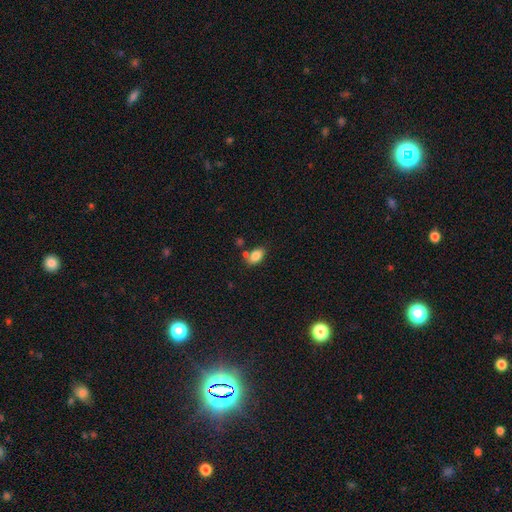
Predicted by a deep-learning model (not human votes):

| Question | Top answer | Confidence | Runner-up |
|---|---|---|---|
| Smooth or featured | smooth | 84% | star or artifact (9%) |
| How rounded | in between | 88% | round (11%) |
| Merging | none | 61% | merger (19%) |